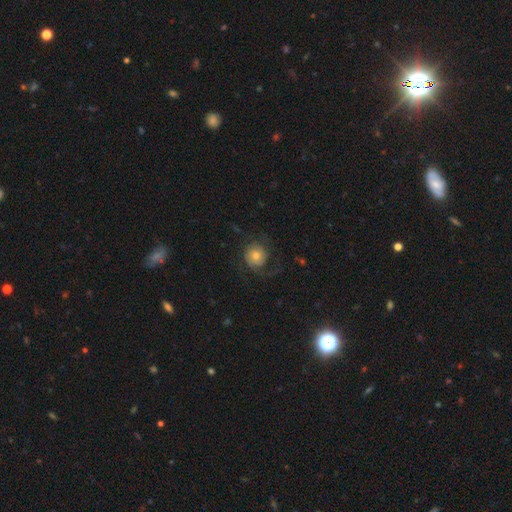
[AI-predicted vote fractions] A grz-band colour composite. It shows a featured or disk galaxy (51%). Merging: none (65%).